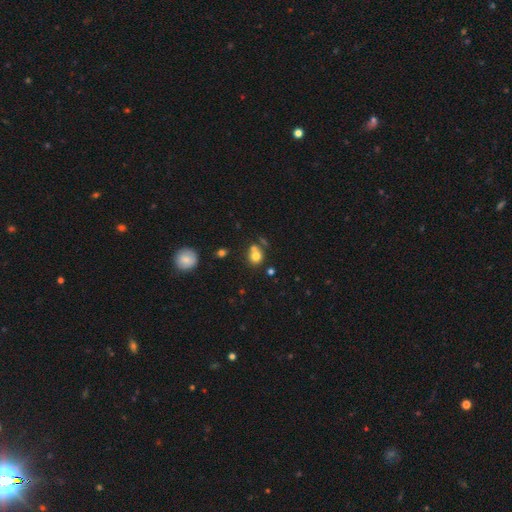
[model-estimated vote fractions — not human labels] Morphology: type=smooth (77%); roundness=round (74%); merging=none (54%).